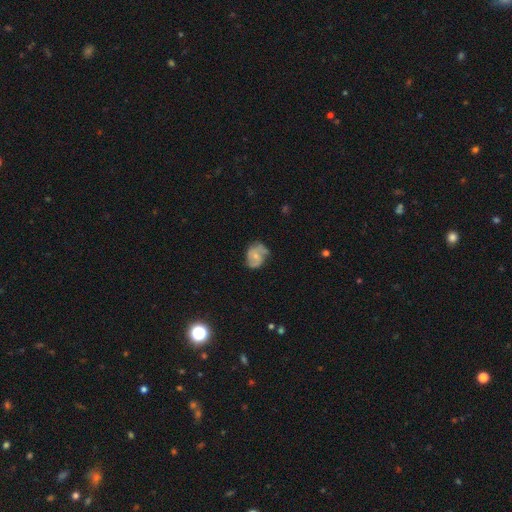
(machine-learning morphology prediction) Smooth or featured: featured or disk — 60% (smooth — 32%)
Edge-on disk: no — 97% (yes — 3%)
Bar: no — 71% (weak — 24%)
Spiral arms: yes — 80% (no — 20%)
Bulge size: small — 60% (moderate — 33%)
Merging: none — 51% (minor disturbance — 32%)